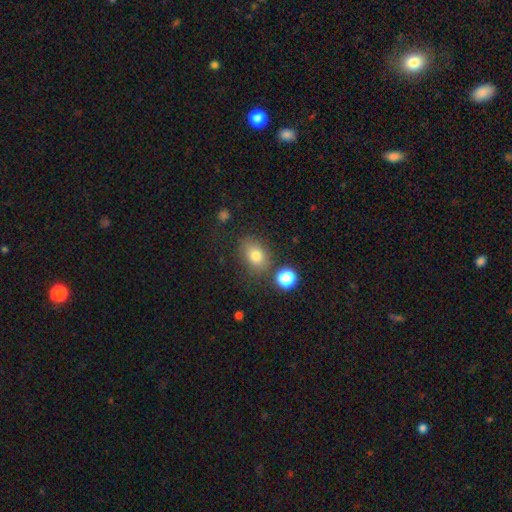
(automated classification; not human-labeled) Smooth or featured: smooth — 78% (star or artifact — 12%)
How rounded: in between — 68% (round — 31%)
Merging: none — 73% (minor disturbance — 15%)